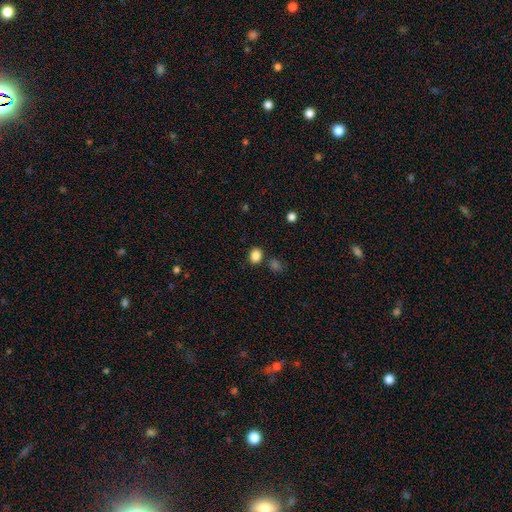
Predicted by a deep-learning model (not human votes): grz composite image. It shows a smooth galaxy with no disk features (85%) that is round (52%). Merging: none (80%).